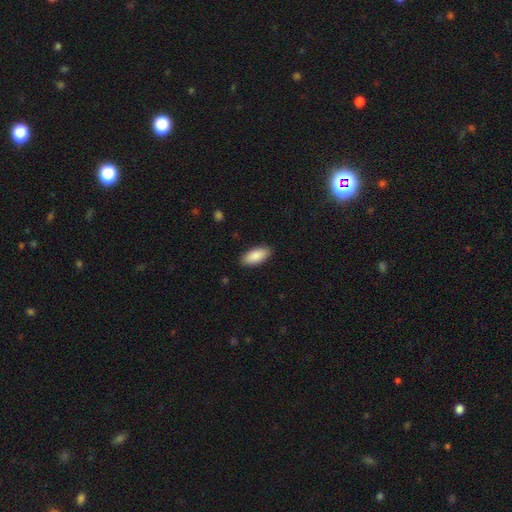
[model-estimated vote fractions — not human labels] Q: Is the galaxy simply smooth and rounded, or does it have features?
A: smooth — 89%.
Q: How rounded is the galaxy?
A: in between — 88%.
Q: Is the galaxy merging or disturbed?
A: none — 88%.